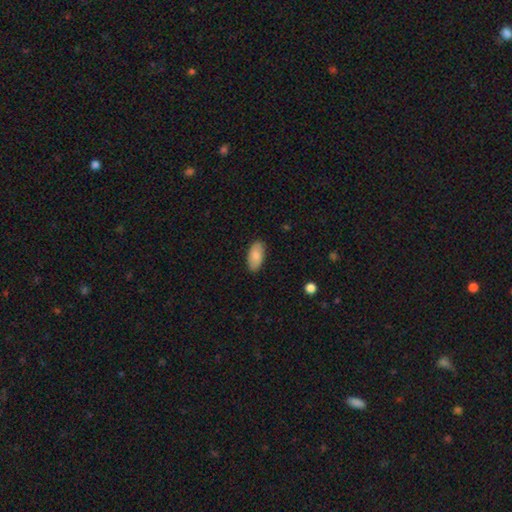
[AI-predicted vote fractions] Smooth or featured: smooth — 83% (featured or disk — 11%)
How rounded: in between — 94% (cigar-shaped — 4%)
Merging: none — 86% (minor disturbance — 11%)